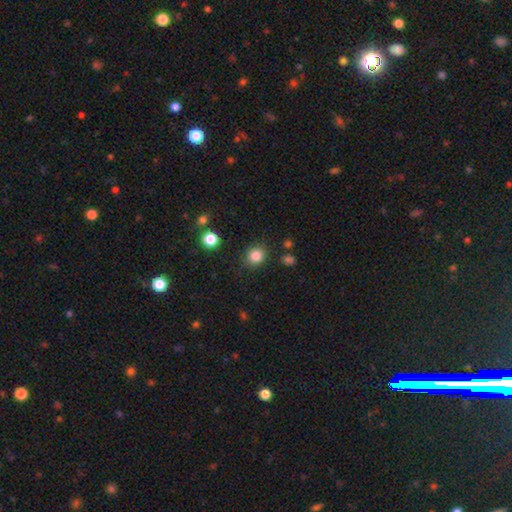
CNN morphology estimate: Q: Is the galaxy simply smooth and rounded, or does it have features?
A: smooth — 84%.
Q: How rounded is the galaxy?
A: round — 79%.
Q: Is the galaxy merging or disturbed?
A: none — 86%.